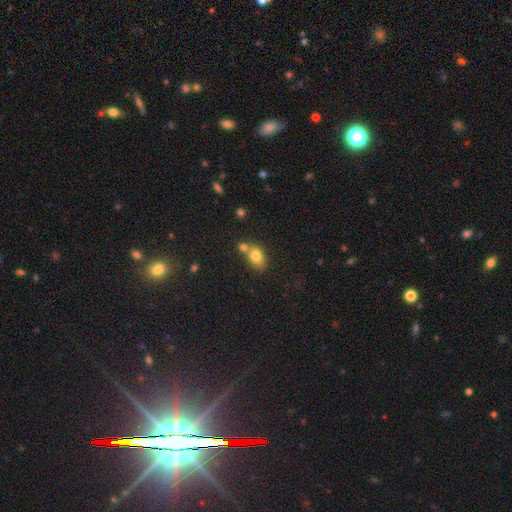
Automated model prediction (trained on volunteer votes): Q: Smooth or featured?
A: smooth (78%); runner-up: featured or disk (12%)
Q: How rounded?
A: in between (72%); runner-up: round (26%)
Q: Merging?
A: none (50%); runner-up: merger (33%)